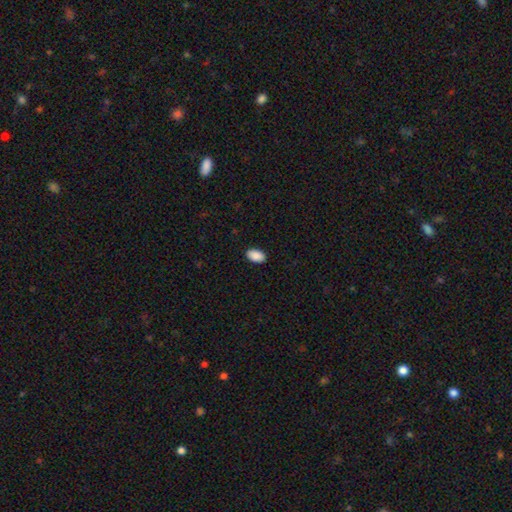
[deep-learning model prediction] Morphology: type=smooth (90%); roundness=in between (92%); merging=none (90%).